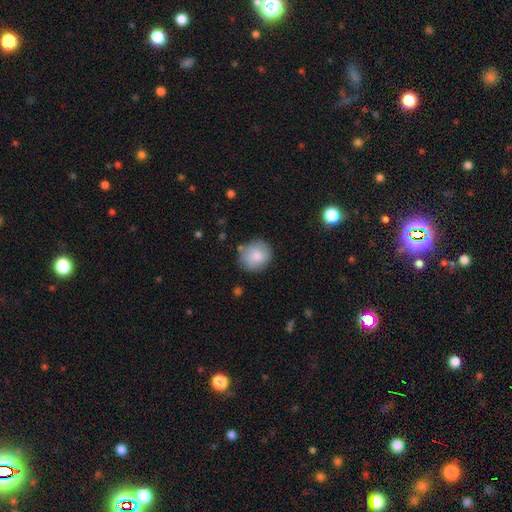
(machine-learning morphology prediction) Overall: smooth (81%). How rounded: round (87%). Merging: none (78%).